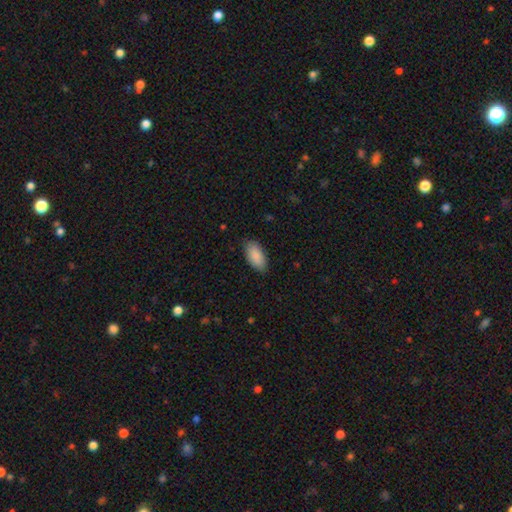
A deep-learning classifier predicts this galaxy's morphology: smooth 89%, star or artifact 6%, featured or disk 5%. Down the decision tree: how rounded — in between (95%); merging — none (83%).